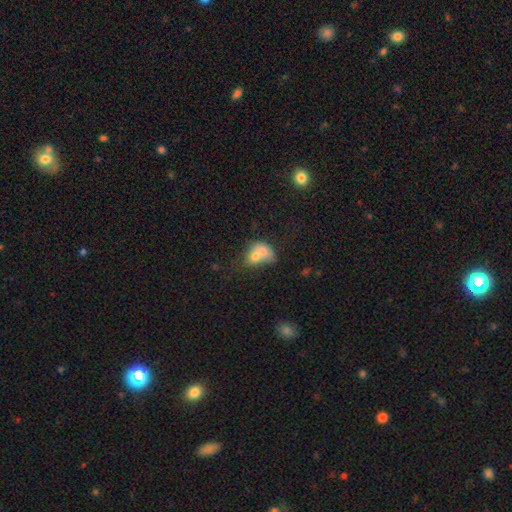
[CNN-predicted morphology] Overall: smooth (66%). How rounded: in between (54%; round 44%). Merging: merger (70%).